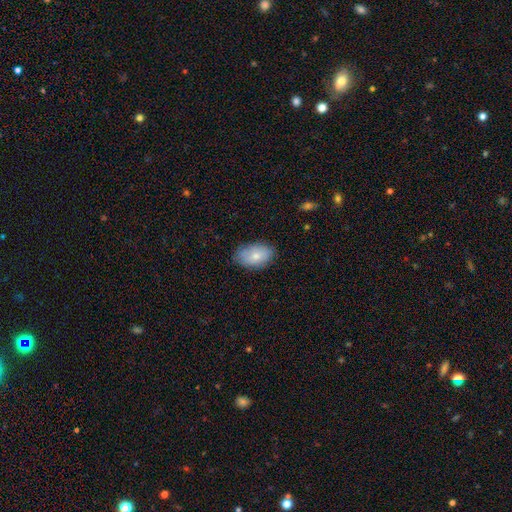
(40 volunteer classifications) smooth 80%, featured or disk 18%, star or artifact 2%. Down the decision tree: how rounded — in between (91%); merging — none (90%).